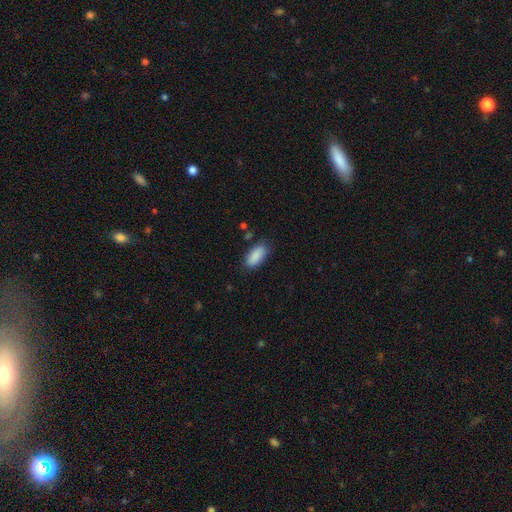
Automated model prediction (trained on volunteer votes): Morphology: type=smooth (89%); roundness=in between (90%); merging=none (81%).